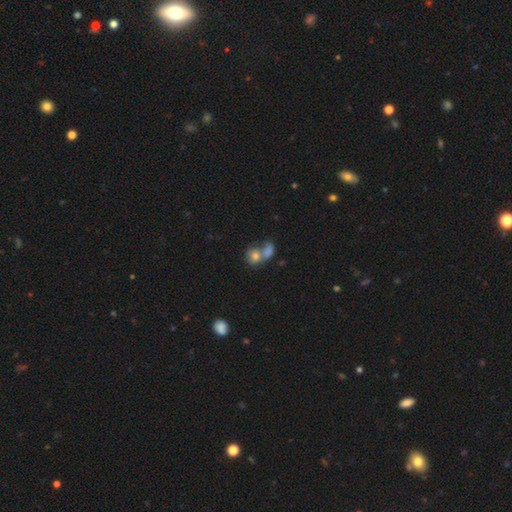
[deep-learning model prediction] The model was most divided on "how rounded": round: 64%, in between: 34%, cigar-shaped: 2%. More confident: smooth or featured — smooth (72%); merging — merger (60%).